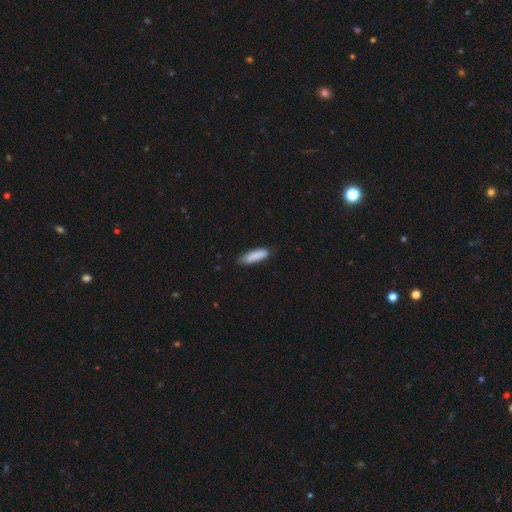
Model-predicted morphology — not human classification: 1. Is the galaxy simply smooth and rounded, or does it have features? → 88% smooth, 6% star or artifact, 6% featured or disk.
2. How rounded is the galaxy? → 61% cigar-shaped, 37% in between, 1% round.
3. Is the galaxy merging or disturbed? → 79% none, 17% minor disturbance, 2% major disturbance, 1% merger.